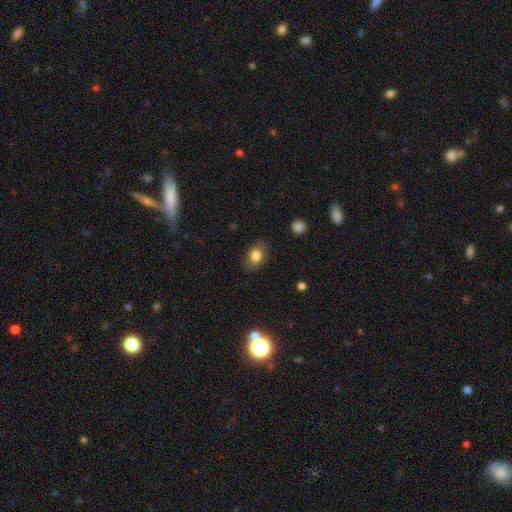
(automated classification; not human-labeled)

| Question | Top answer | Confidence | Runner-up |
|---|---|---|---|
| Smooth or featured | smooth | 81% | featured or disk (10%) |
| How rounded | in between | 80% | round (18%) |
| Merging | none | 82% | minor disturbance (13%) |